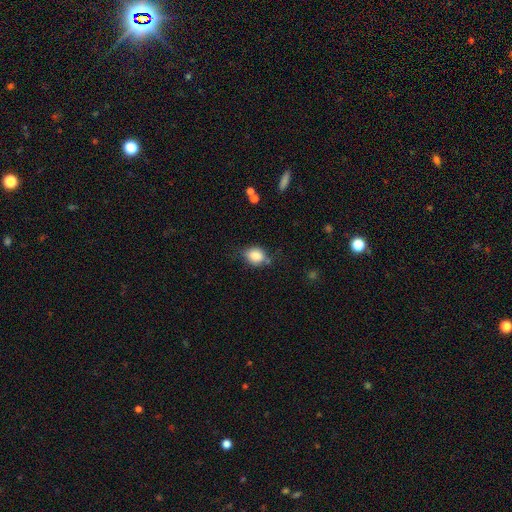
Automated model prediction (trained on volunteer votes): Smooth or featured: smooth — 84% (star or artifact — 9%)
How rounded: in between — 54% (round — 45%)
Merging: none — 62% (minor disturbance — 26%)